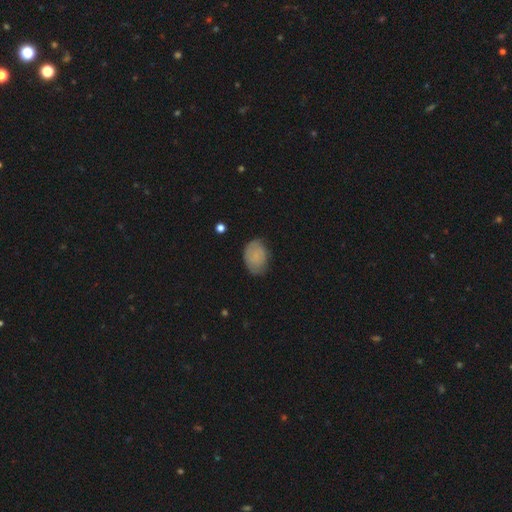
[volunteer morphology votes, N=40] smooth 72%, featured or disk 25%, star or artifact 2%. Down the decision tree: how rounded — in between (90%); merging — none (67%).